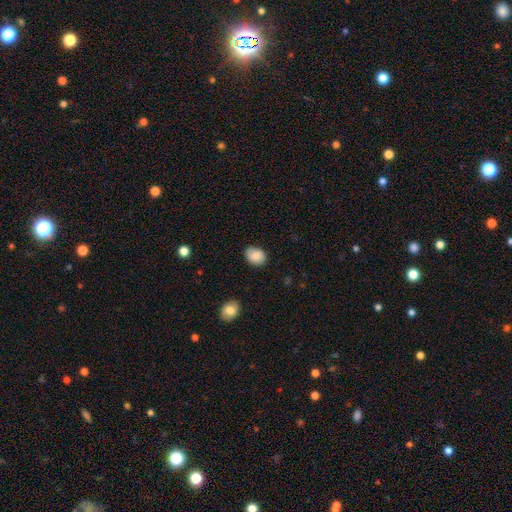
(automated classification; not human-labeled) Morphology: type=smooth (85%); roundness=in between (57%); merging=none (83%).